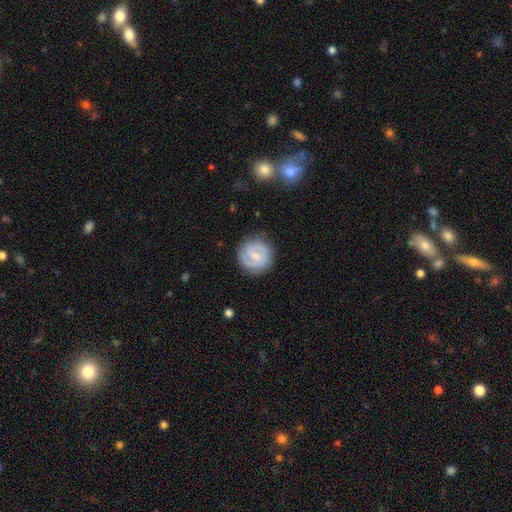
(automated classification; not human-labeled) Overall: featured or disk (60%; smooth 34%). Edge-on disk: no (98%). Bar: weak (57%; no 23%). Spiral arms: yes (83%). Bulge size: small (51%; moderate 28%). Merging: none (79%).